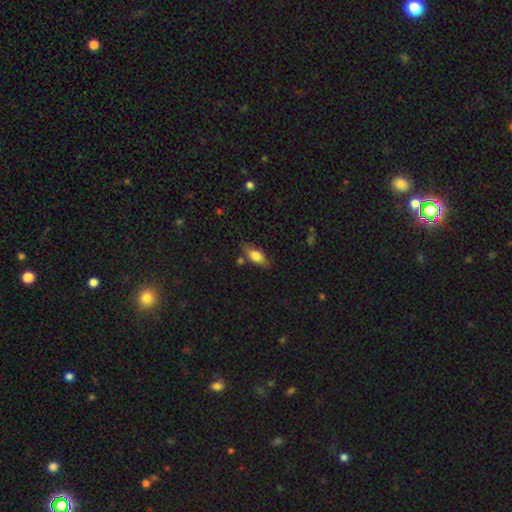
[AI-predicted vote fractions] Smooth or featured: smooth — 66% (featured or disk — 27%)
How rounded: in between — 74% (cigar-shaped — 23%)
Merging: none — 76% (minor disturbance — 16%)